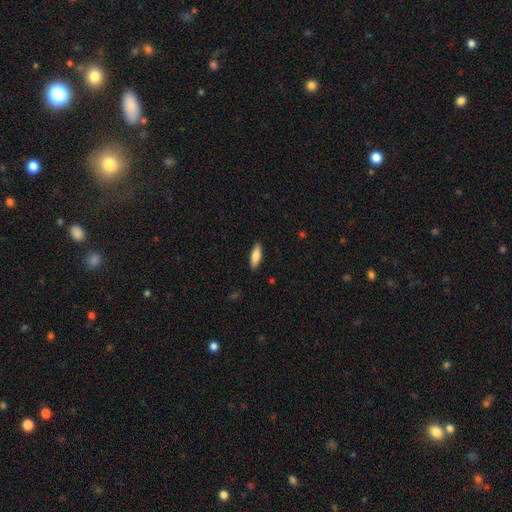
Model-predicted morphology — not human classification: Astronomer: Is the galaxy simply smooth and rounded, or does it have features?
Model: smooth — 81%.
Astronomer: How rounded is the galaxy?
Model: in between — 55% (runner-up: cigar-shaped, 43%).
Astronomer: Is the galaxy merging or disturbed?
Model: none — 89%.